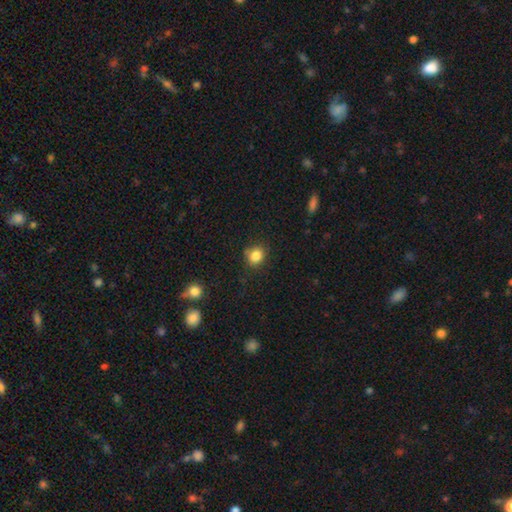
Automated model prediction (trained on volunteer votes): smooth 84%, star or artifact 11%, featured or disk 5%. Down the decision tree: how rounded — round (69%); merging — none (77%).